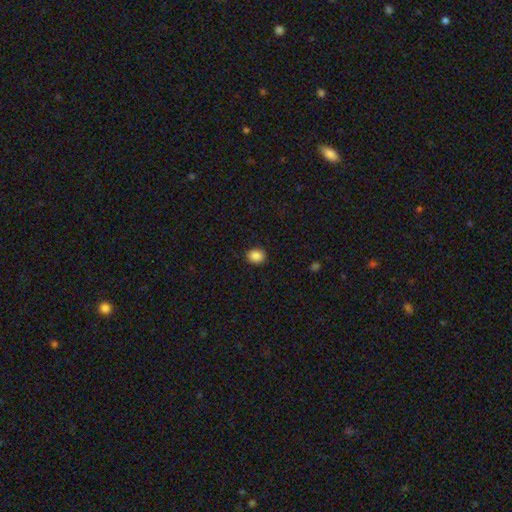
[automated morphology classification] smooth 87%, star or artifact 10%, featured or disk 3%. Down the decision tree: how rounded — round (63%); merging — none (90%).